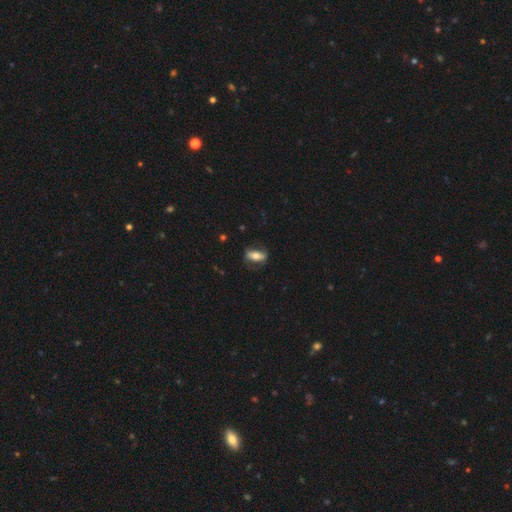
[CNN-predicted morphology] This is possibly a smooth galaxy (54%). How rounded: likely in between (74%). Merging: likely none (73%).